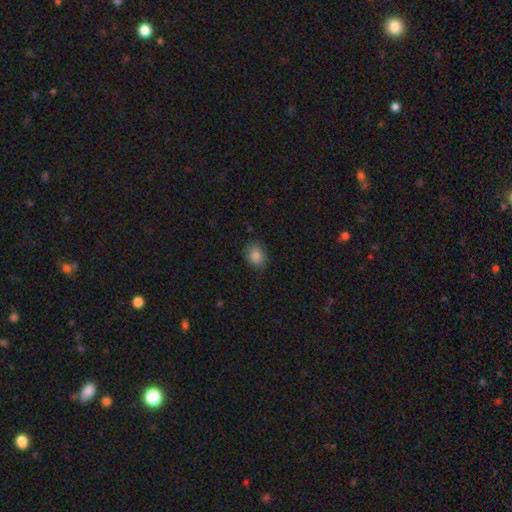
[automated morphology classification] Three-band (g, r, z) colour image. It shows a smooth galaxy with no disk features (86%) that is in between round and cigar-shaped (55%). Merging: none (80%).